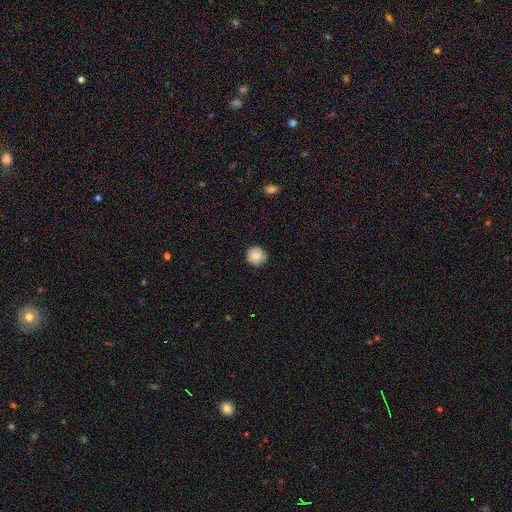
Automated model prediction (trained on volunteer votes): The model was most divided on "smooth or featured": smooth: 84%, star or artifact: 8%, featured or disk: 8%. More confident: how rounded — round (94%); merging — none (87%).